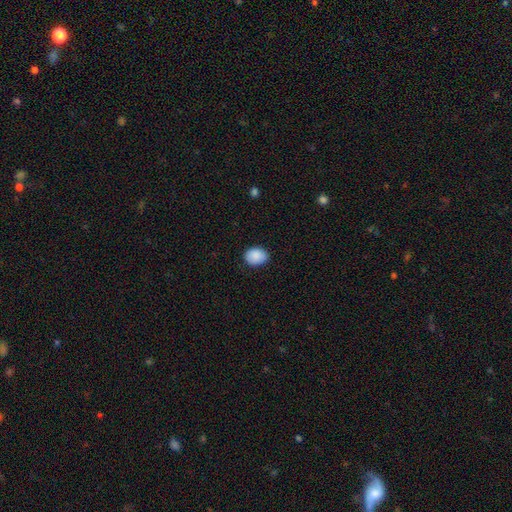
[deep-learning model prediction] This is clearly a smooth galaxy (89%). How rounded: likely in between (68%). Merging: clearly none (83%).